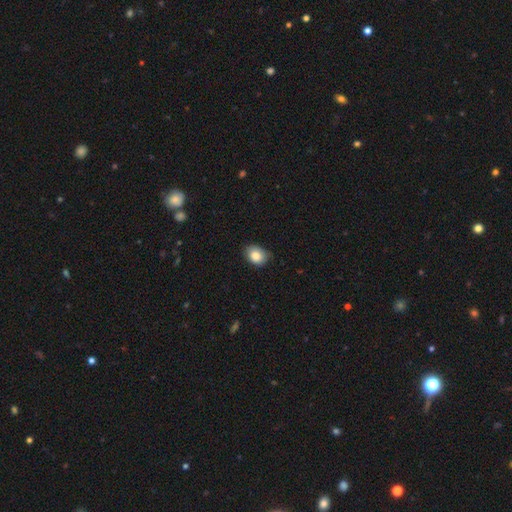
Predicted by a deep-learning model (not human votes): smooth-or-featured: smooth: 84% | star or artifact: 8% | featured or disk: 7%
  how-rounded: in between: 59% | round: 40% | cigar-shaped: 1%
  merging: none: 73% | minor disturbance: 23% | major disturbance: 3% | merger: 1%